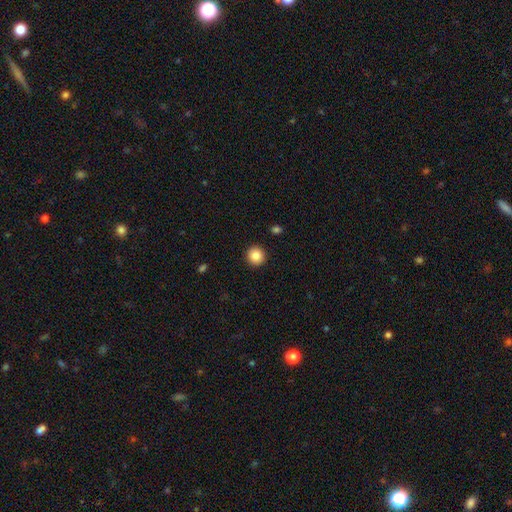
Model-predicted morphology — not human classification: Q: Smooth or featured?
A: smooth (86%); runner-up: star or artifact (9%)
Q: How rounded?
A: round (94%); runner-up: in between (5%)
Q: Merging?
A: none (92%); runner-up: minor disturbance (5%)